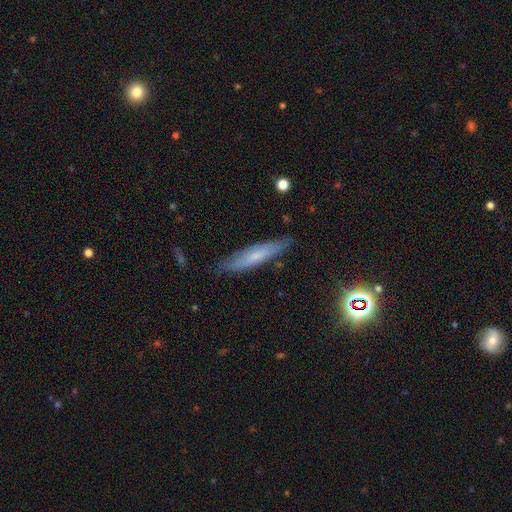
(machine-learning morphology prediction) A smooth galaxy with no disk features (50%) that is cigar-shaped (83%). Merging: none (81%).